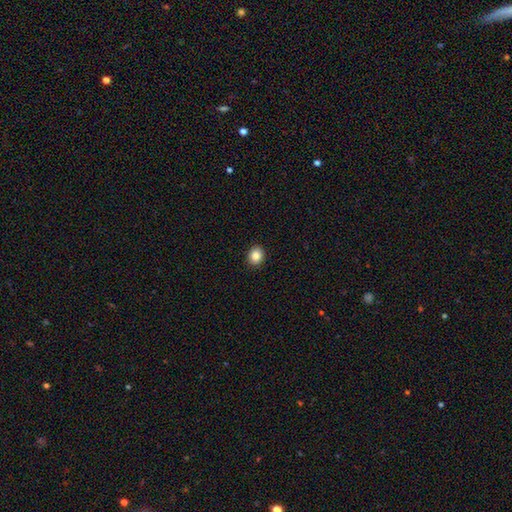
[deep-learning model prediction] A smooth galaxy with no disk features (85%) that is round (69%). Merging: none (92%).